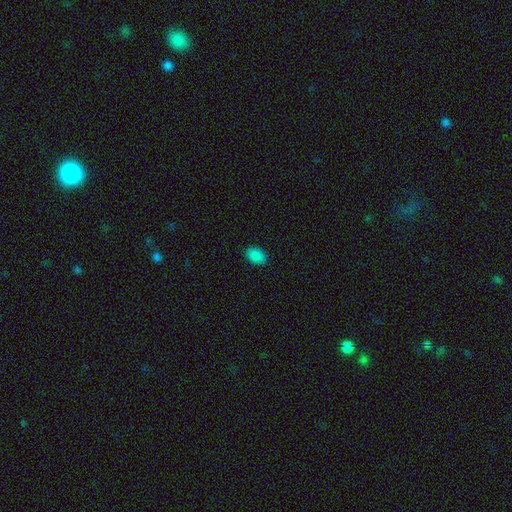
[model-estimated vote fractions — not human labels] This appears to be a smooth galaxy with no disk features (87%) that is in between round and cigar-shaped (89%). Merging: none (88%).